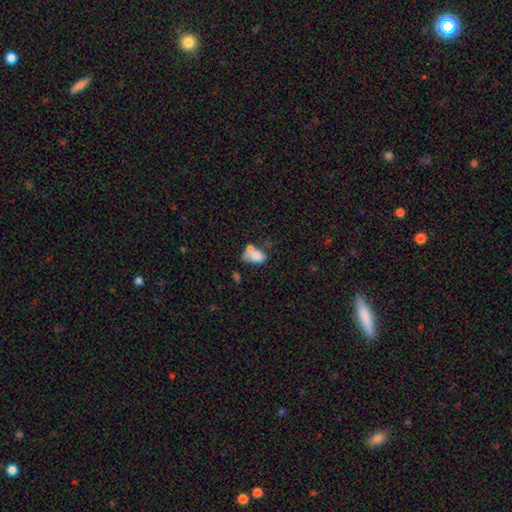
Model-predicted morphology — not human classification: A smooth galaxy with no disk features (70%) that is in between round and cigar-shaped (82%). Merging: merger (51%).